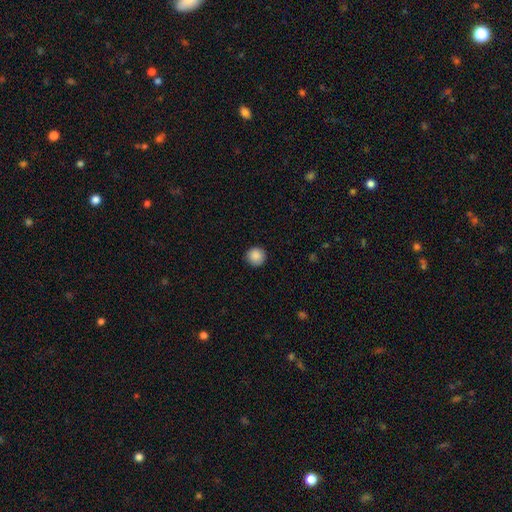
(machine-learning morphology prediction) Q: Smooth or featured?
A: smooth (88%); runner-up: star or artifact (9%)
Q: How rounded?
A: round (95%); runner-up: in between (4%)
Q: Merging?
A: none (91%); runner-up: minor disturbance (7%)